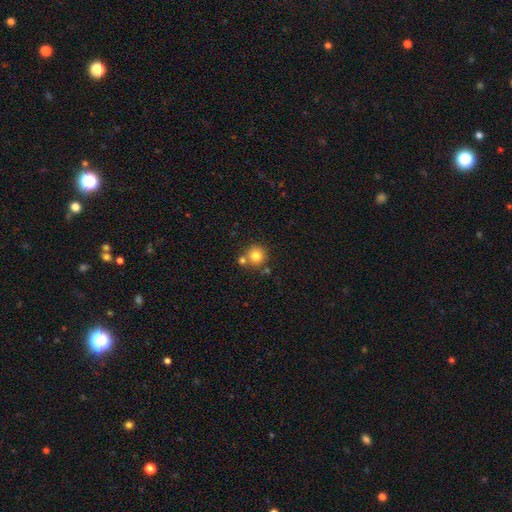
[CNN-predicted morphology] smooth 80%, star or artifact 11%, featured or disk 9%. Down the decision tree: how rounded — round (93%); merging — none (68%).